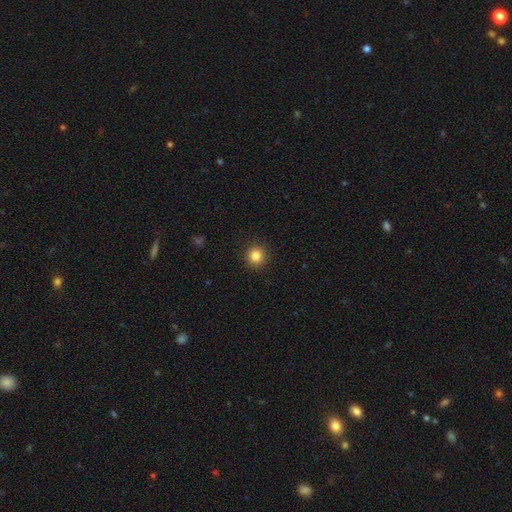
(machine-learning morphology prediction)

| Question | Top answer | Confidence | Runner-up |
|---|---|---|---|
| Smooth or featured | smooth | 84% | star or artifact (11%) |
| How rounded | round | 94% | in between (5%) |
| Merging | none | 92% | minor disturbance (5%) |